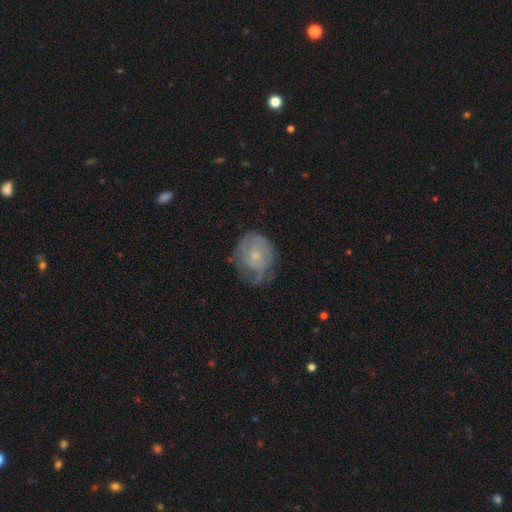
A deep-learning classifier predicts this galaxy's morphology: smooth-or-featured: featured or disk: 62% | smooth: 31% | star or artifact: 7%
  disk-edge-on: no: 97% | yes: 3%
    bar: no: 80% | weak: 18% | strong: 2%
    has-spiral-arms: yes: 76% | no: 24%
    bulge-size: small: 64% | moderate: 29% | none: 4% | large: 2% | dominant: 1%
  merging: none: 55% | minor disturbance: 29% | major disturbance: 15% | merger: 1%